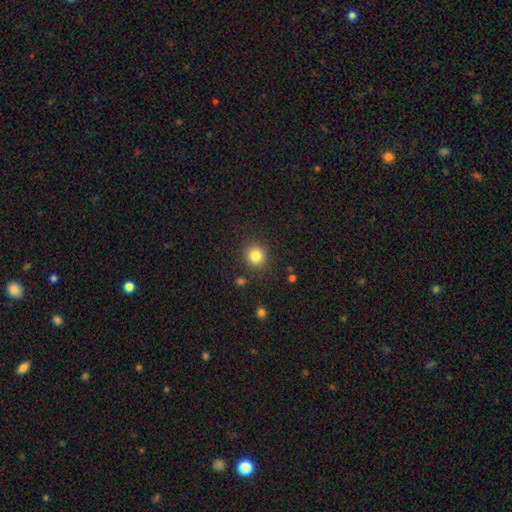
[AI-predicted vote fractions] This appears to be a smooth galaxy with no disk features (84%) that is round (87%). Merging: none (88%).